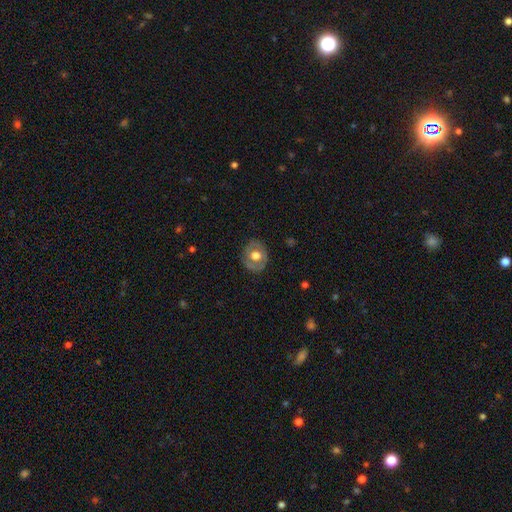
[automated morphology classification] Smooth or featured: smooth — 47% (featured or disk — 46%)
Merging: none — 79% (minor disturbance — 15%)